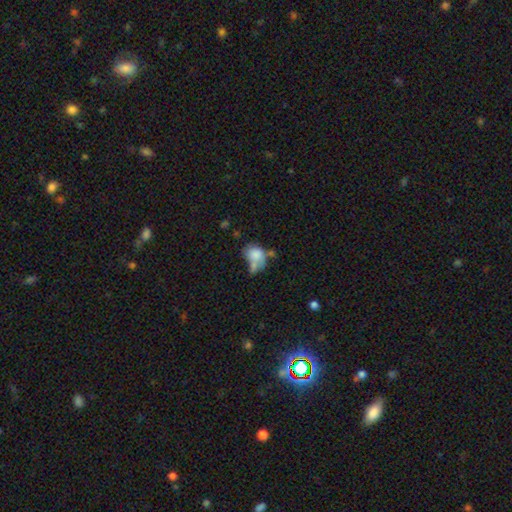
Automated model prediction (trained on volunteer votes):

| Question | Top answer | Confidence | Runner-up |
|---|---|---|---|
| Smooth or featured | smooth | 69% | featured or disk (22%) |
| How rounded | in between | 65% | round (34%) |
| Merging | merger | 39% | none (22%) |